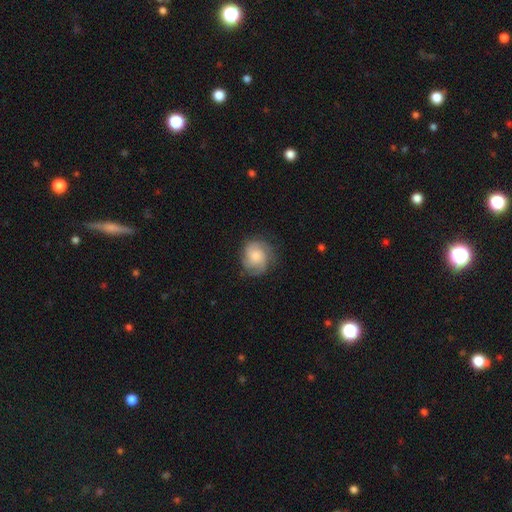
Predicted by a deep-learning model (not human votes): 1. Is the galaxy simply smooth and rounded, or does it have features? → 60% featured or disk, 32% smooth, 7% star or artifact.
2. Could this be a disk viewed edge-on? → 98% no, 2% yes.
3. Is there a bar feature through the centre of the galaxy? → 75% no, 22% weak, 3% strong.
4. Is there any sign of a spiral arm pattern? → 93% yes, 7% no.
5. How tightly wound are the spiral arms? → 49% tight, 40% medium, 12% loose.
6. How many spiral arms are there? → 39% 3, 22% 2, 21% can't tell, 8% 4, 5% 1, 4% more than 4.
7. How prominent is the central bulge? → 39% moderate, 32% small, 16% large, 11% none, 3% dominant.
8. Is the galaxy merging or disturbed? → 75% none, 17% minor disturbance, 7% major disturbance, 1% merger.